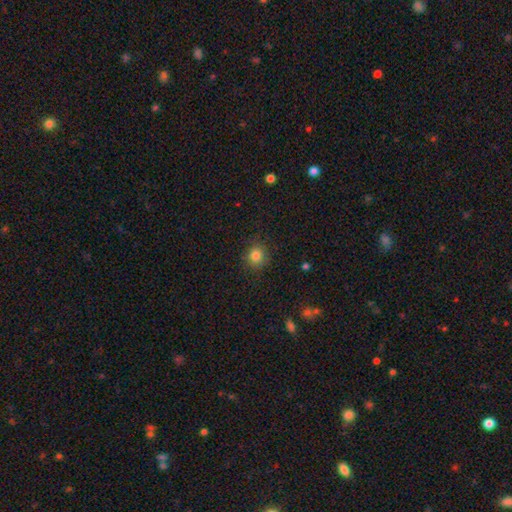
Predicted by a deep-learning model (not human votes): This appears to be a smooth galaxy with no disk features (83%) that is round (84%). Merging: none (86%).